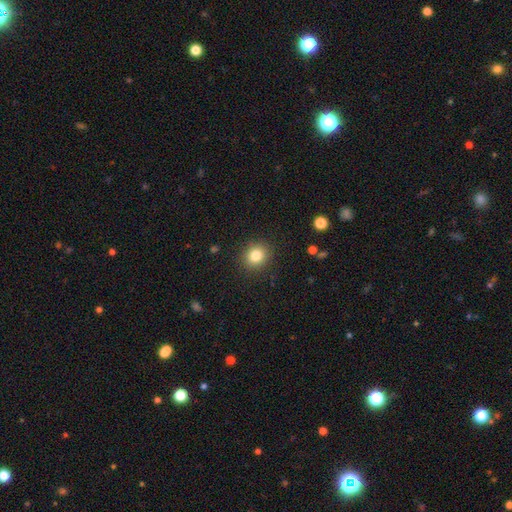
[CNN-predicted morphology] Smooth or featured? Predicted: smooth (p=0.82). How rounded? Predicted: round (p=0.82). Merging? Predicted: none (p=0.90).